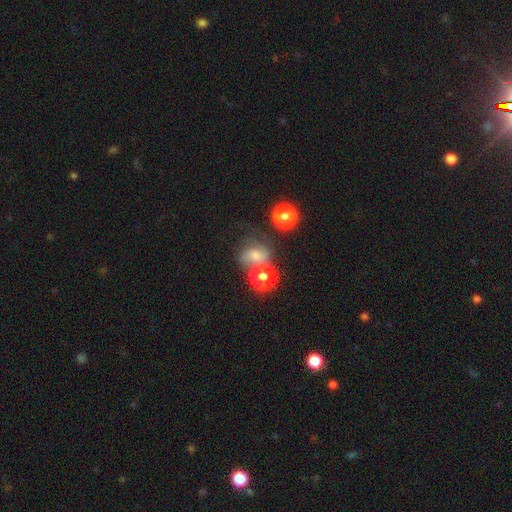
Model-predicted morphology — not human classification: Q: Smooth or featured?
A: smooth (42%); runner-up: featured or disk (32%)
Q: Merging?
A: none (49%); runner-up: merger (24%)